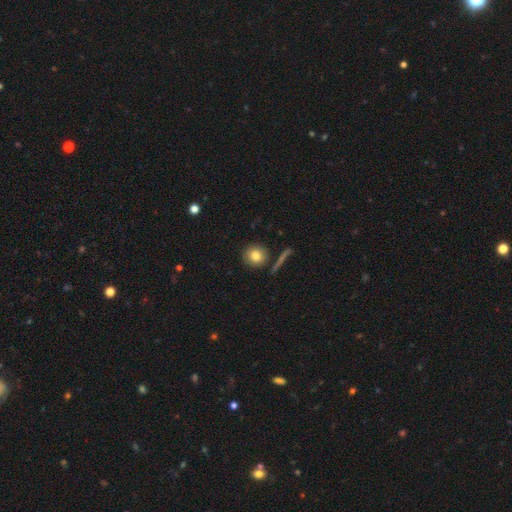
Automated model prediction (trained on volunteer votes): Smooth or featured? Predicted: smooth (p=0.81). How rounded? Predicted: round (p=0.90). Merging? Predicted: none (p=0.82).